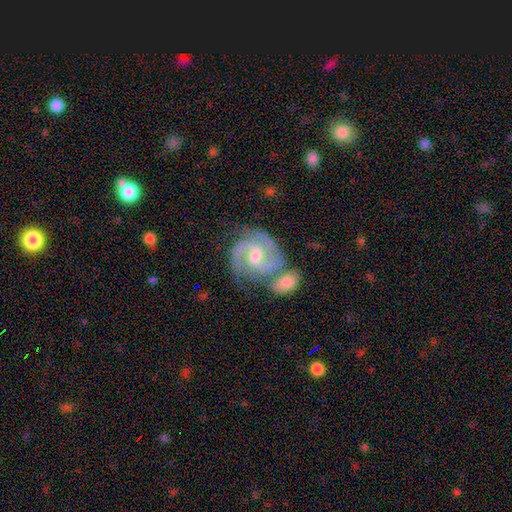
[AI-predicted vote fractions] Smooth or featured? featured or disk (89%)
Edge-on disk? no (98%)
Bar? weak (53%)
Spiral arms? yes (98%)
Spiral winding? medium (48%)
Spiral arm count? 2 (71%)
Bulge size? moderate (66%)
Merging? none (47%)